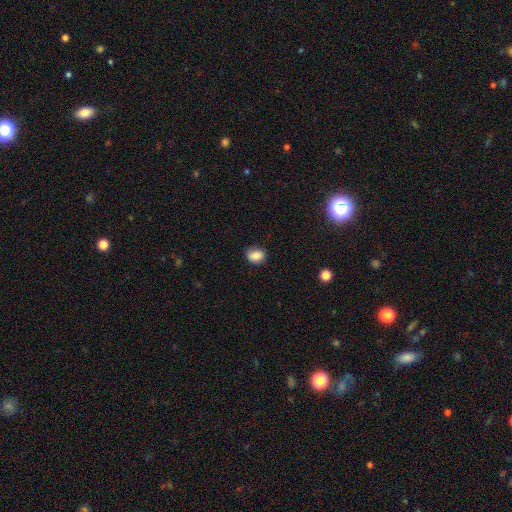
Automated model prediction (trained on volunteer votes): smooth_or_featured: smooth (p=0.85) [alt: star or artifact p=0.09]
how_rounded: in between (p=0.59) [alt: round p=0.40]
merging: none (p=0.78) [alt: minor disturbance p=0.17]